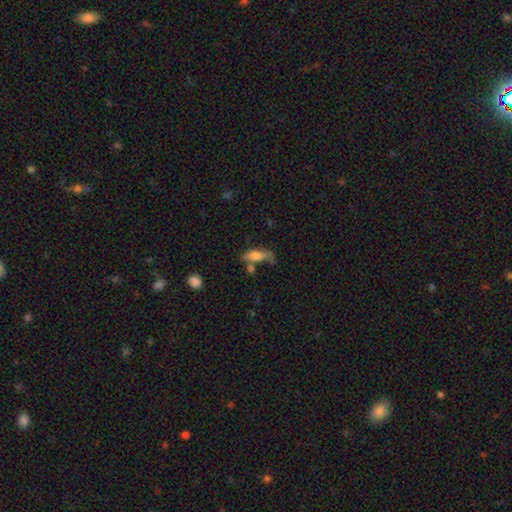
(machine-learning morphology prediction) type=smooth (66%); roundness=in between (53%); merging=none (50%).